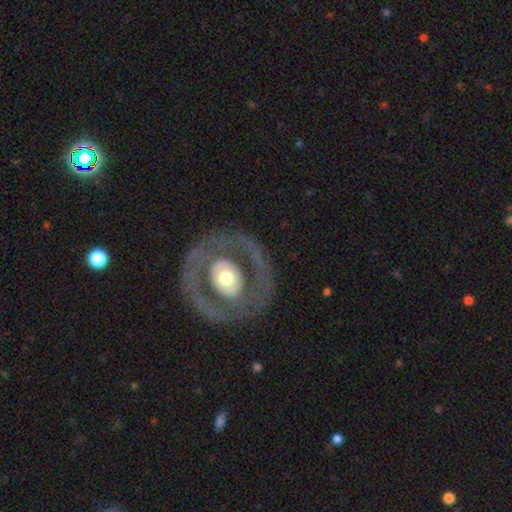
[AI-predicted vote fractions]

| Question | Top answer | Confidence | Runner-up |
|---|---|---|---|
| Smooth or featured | featured or disk | 71% | smooth (23%) |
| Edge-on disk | no | 94% | yes (6%) |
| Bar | no | 70% | weak (17%) |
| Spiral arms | no | 74% | yes (26%) |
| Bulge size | moderate | 61% | large (18%) |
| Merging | none | 79% | minor disturbance (11%) |